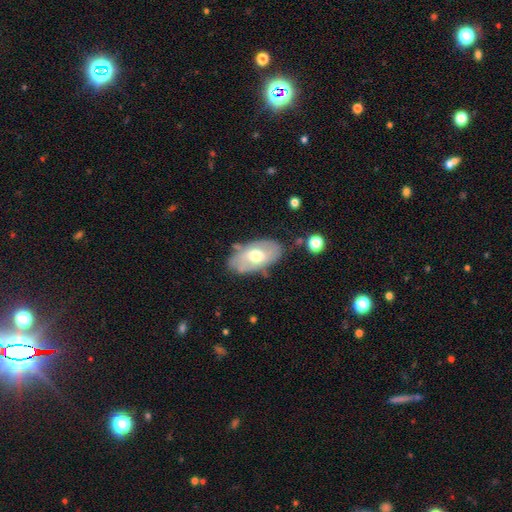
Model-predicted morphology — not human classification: A featured or disk galaxy (48%).

Vote fractions:
- Smooth or featured? featured or disk: 48% / smooth: 46% / star or artifact: 6%
- Merging? none: 66% / minor disturbance: 23% / major disturbance: 7% / merger: 4%